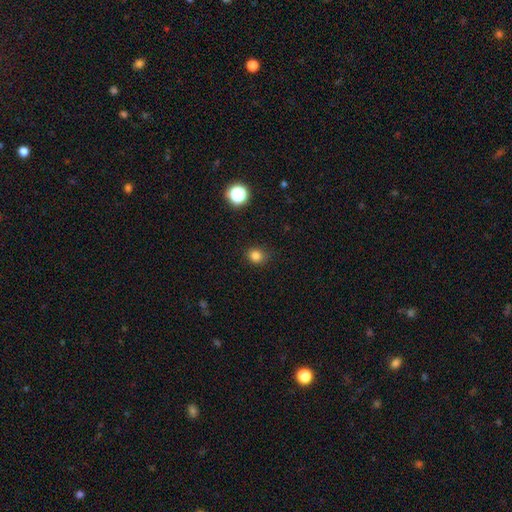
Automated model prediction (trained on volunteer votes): smooth 81%, star or artifact 14%, featured or disk 4%. Down the decision tree: how rounded — round (78%); merging — none (86%).